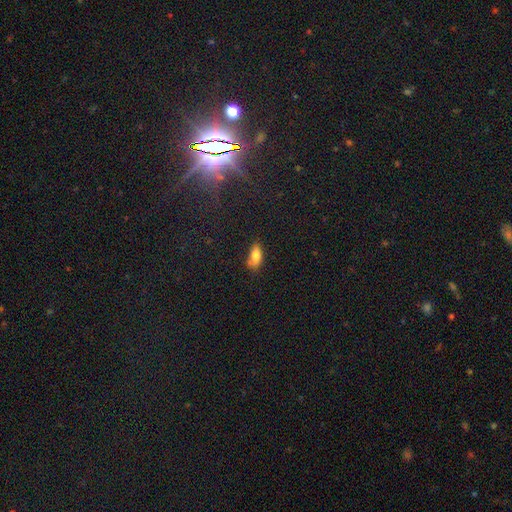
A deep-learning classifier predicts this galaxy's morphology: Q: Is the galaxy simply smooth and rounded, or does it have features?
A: smooth — 81%.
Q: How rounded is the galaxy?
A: in between — 86%.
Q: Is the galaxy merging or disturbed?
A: none — 62%.